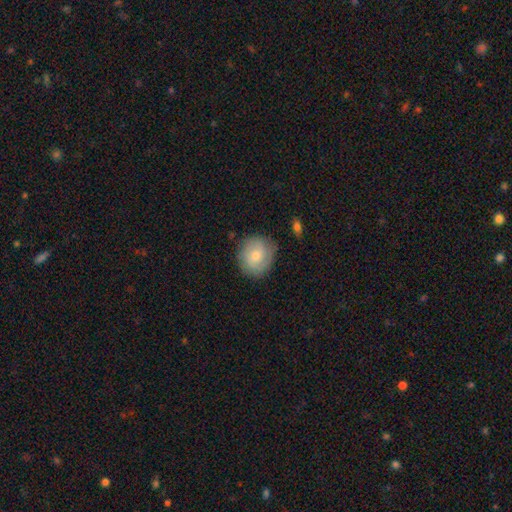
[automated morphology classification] Overall: smooth (60%; featured or disk 33%). How rounded: round (80%). Merging: none (78%).